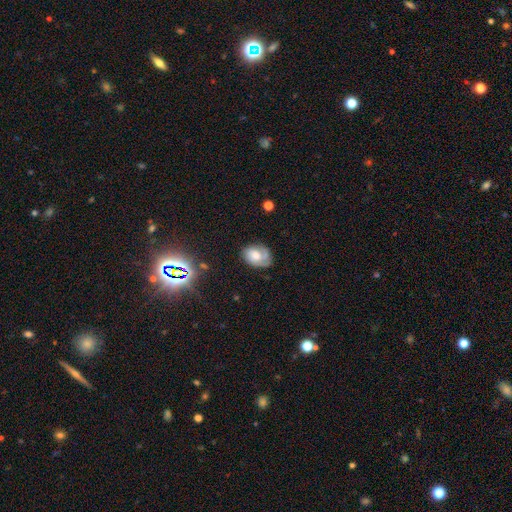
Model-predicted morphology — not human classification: The model was most divided on "smooth or featured": featured or disk: 52%, smooth: 37%, star or artifact: 10%. More confident: edge-on disk — no (96%); spiral arms — yes (80%); bar — no (75%); merging — none (60%); bulge size — moderate (50%).